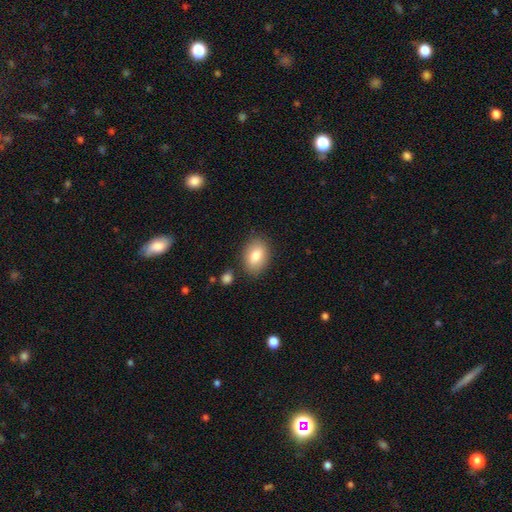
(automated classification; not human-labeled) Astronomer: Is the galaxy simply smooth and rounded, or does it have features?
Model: smooth — 81%.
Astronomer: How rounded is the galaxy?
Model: in between — 83%.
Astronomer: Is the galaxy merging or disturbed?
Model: none — 82%.